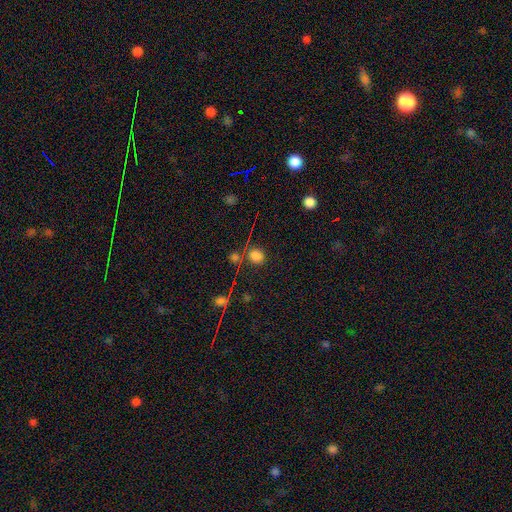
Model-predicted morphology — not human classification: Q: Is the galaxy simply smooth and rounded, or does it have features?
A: smooth — 71%.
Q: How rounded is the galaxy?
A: round — 68%.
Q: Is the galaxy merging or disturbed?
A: none — 71%.